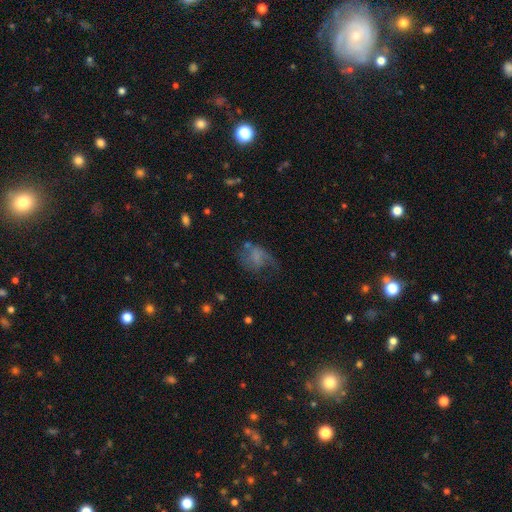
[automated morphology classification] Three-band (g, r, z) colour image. It shows a smooth galaxy with no disk features (44%). Merging: major disturbance (41%).